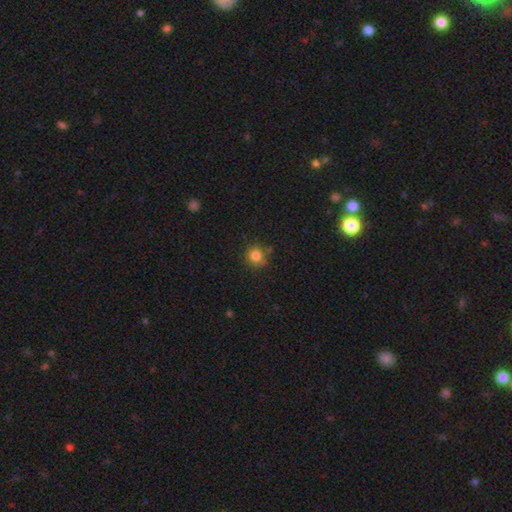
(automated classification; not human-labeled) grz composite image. It shows a smooth galaxy with no disk features (82%) that is round (91%). Merging: none (79%).